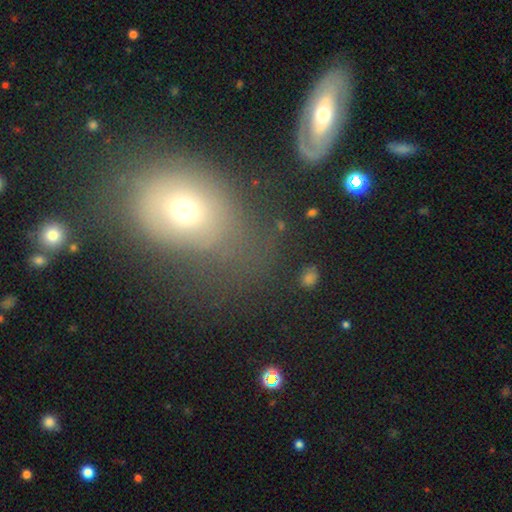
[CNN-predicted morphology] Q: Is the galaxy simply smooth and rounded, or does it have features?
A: smooth — 56%.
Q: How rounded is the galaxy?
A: in between — 53%.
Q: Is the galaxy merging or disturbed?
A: none — 52%.